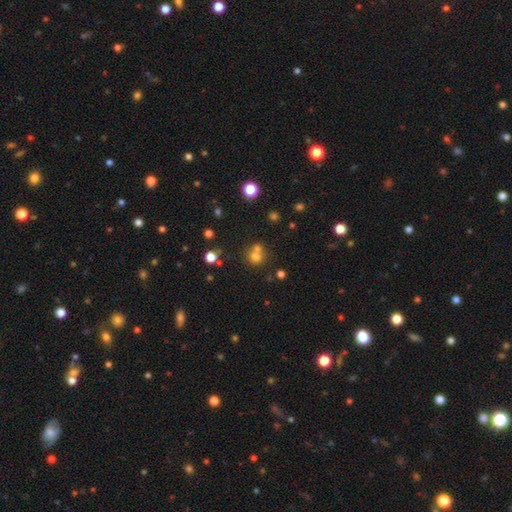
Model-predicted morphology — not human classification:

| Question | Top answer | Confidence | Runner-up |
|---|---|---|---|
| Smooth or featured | smooth | 69% | star or artifact (20%) |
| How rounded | round | 87% | in between (12%) |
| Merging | none | 49% | merger (41%) |